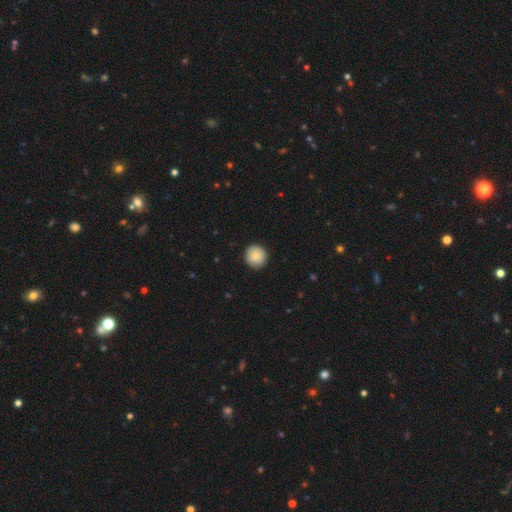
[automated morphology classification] This is clearly a smooth galaxy (84%). How rounded: clearly round (95%). Merging: clearly none (91%).